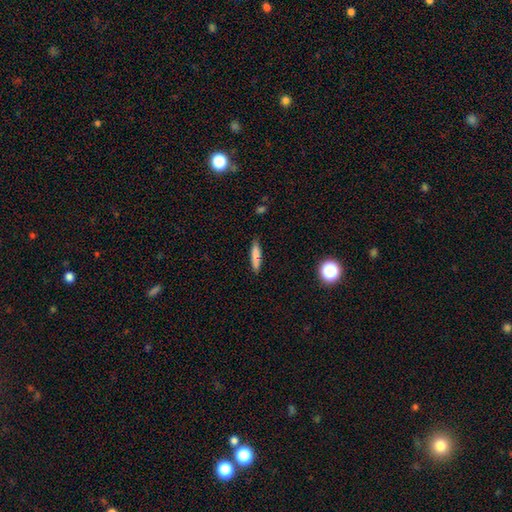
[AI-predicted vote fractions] A smooth galaxy with no disk features (81%) that is cigar-shaped (83%). Merging: none (85%).